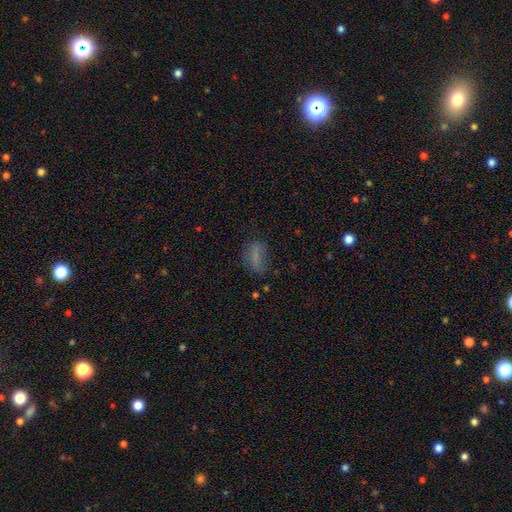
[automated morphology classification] A smooth galaxy with no disk features (71%) that is in between round and cigar-shaped (77%).

Vote fractions:
- Smooth or featured? smooth: 71% / featured or disk: 15% / star or artifact: 14%
- How rounded? in between: 77% / cigar-shaped: 14% / round: 9%
- Merging? none: 57% / minor disturbance: 24% / major disturbance: 16% / merger: 3%